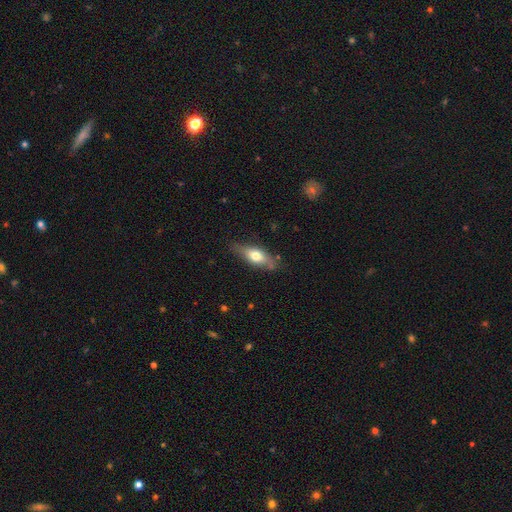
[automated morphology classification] A smooth galaxy with no disk features (57%) that is in between round and cigar-shaped (64%). Merging: none (73%).